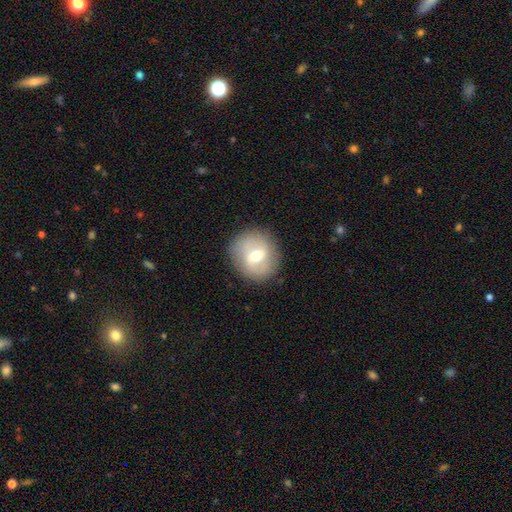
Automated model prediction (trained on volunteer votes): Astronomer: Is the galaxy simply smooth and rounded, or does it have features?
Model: smooth — 47% (runner-up: featured or disk, 45%).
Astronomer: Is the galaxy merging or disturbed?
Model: none — 86%.